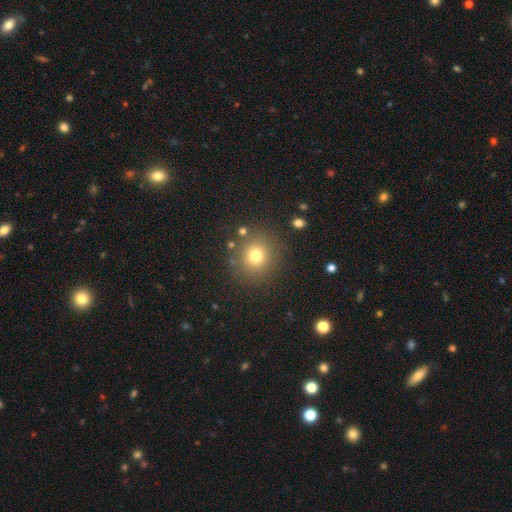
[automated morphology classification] Smooth or featured? smooth (75%)
How rounded? round (88%)
Merging? none (85%)